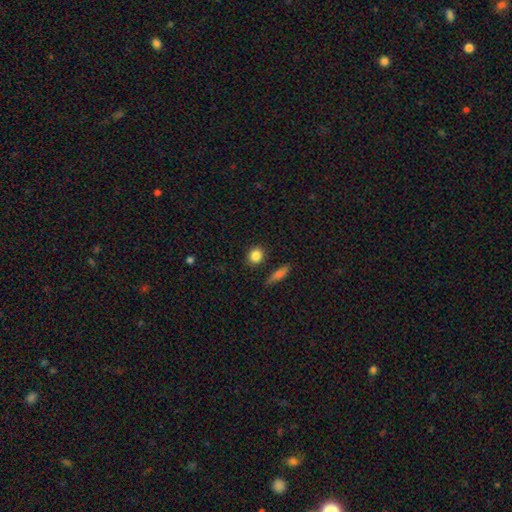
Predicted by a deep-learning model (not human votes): The model was most divided on "how rounded": round: 73%, in between: 25%, cigar-shaped: 3%. More confident: merging — none (86%); smooth or featured — smooth (85%).